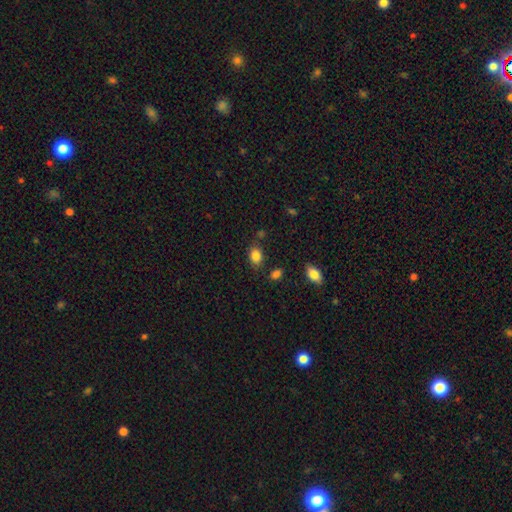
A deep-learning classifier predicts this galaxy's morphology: type=smooth (86%); roundness=in between (77%); merging=none (76%).